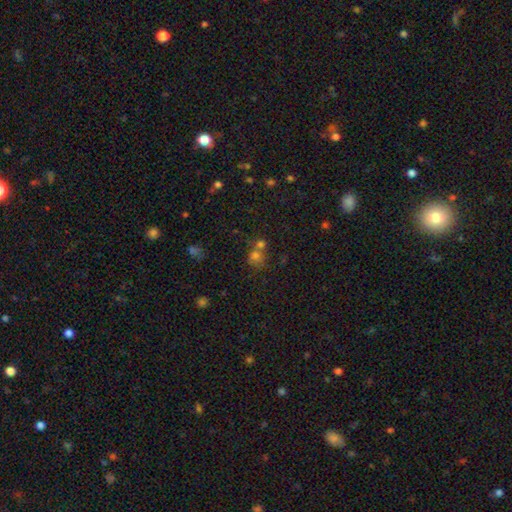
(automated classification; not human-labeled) This is likely a smooth galaxy (66%). How rounded: clearly round (81%). Merging: possibly none (46%).